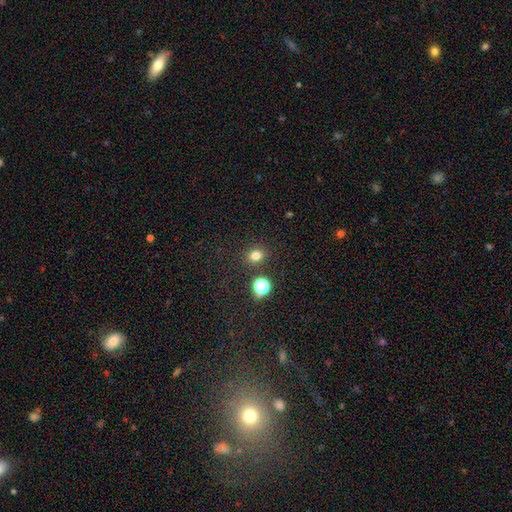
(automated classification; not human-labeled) smooth-or-featured: smooth: 77% | star or artifact: 18% | featured or disk: 6%
  how-rounded: round: 72% | in between: 27% | cigar-shaped: 1%
  merging: none: 85% | minor disturbance: 7% | merger: 5% | major disturbance: 3%